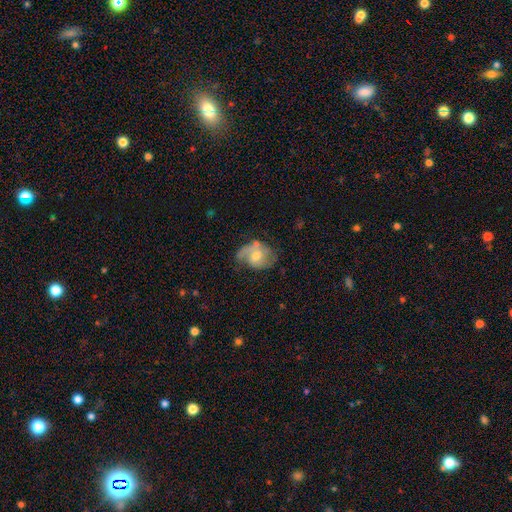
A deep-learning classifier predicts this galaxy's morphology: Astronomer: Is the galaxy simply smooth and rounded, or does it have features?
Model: featured or disk — 61%.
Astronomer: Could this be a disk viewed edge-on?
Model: no — 97%.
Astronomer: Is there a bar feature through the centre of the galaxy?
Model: no — 58% (runner-up: weak, 35%).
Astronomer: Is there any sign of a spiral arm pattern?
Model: yes — 81%.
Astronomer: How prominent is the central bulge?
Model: moderate — 59%.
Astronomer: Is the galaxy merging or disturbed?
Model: none — 47% (runner-up: minor disturbance, 29%).